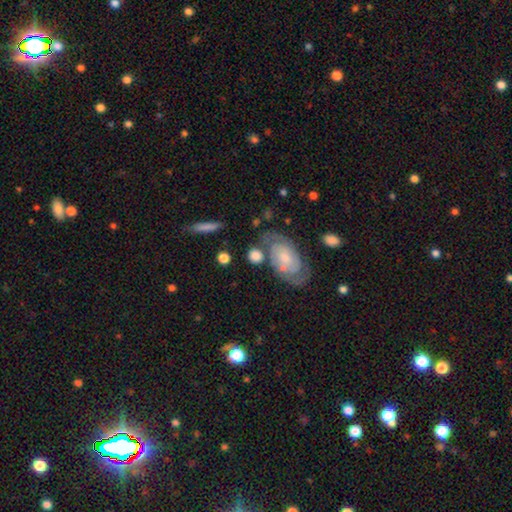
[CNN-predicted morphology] A smooth galaxy with no disk features (64%) that is round (64%).

Vote fractions:
- Smooth or featured? smooth: 64% / featured or disk: 28% / star or artifact: 8%
- How rounded? round: 64% / in between: 33% / cigar-shaped: 3%
- Merging? none: 59% / merger: 18% / minor disturbance: 15% / major disturbance: 8%